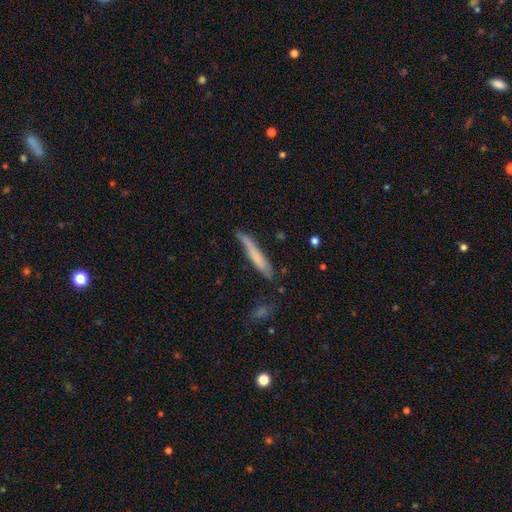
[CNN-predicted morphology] Smooth or featured?
  - smooth: 63% *
  - featured or disk: 30%
  - star or artifact: 7%
How rounded?
  - cigar-shaped: 93% *
  - in between: 5%
  - round: 1%
Merging?
  - none: 63% *
  - minor disturbance: 25%
  - major disturbance: 7%
  - merger: 4%